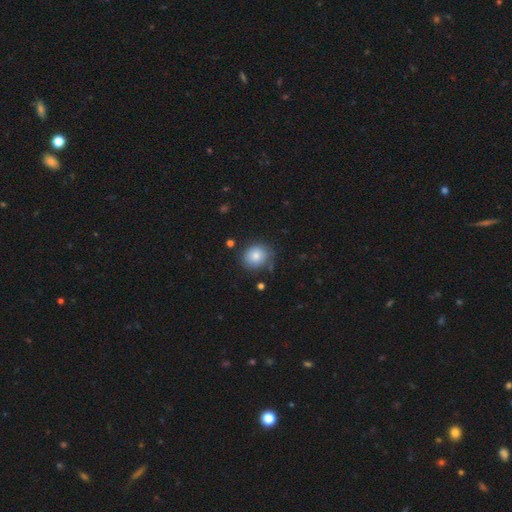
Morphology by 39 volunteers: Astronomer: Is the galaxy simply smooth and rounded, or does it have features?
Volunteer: smooth — 74%.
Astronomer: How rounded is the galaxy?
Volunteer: round — 69%.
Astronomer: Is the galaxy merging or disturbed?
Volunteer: none — 62%.